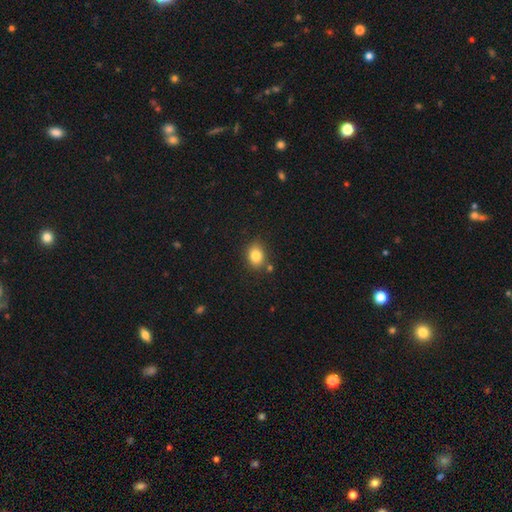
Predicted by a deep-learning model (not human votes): Q: Smooth or featured?
A: smooth (82%); runner-up: star or artifact (10%)
Q: How rounded?
A: in between (56%); runner-up: round (43%)
Q: Merging?
A: none (79%); runner-up: minor disturbance (12%)